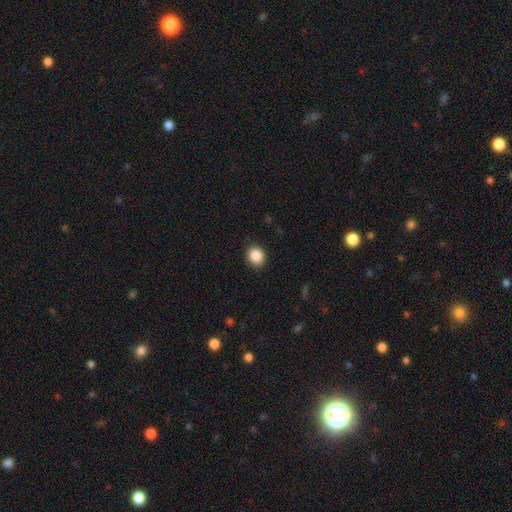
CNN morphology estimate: The model was most divided on "how rounded": round: 69%, in between: 30%, cigar-shaped: 1%. More confident: merging — none (89%); smooth or featured — smooth (88%).